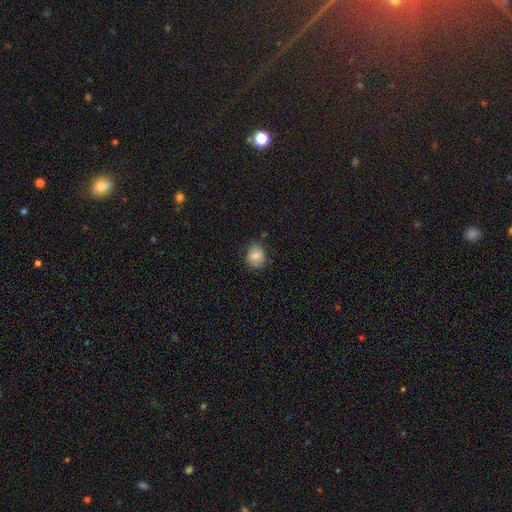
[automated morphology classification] This appears to be a smooth galaxy with no disk features (80%) that is round (67%). Merging: none (71%).